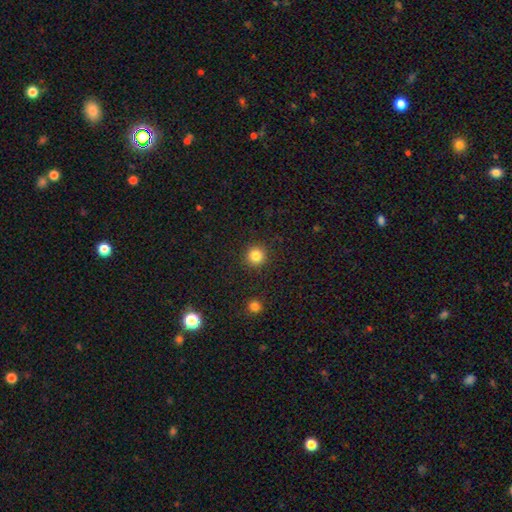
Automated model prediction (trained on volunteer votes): smooth-or-featured: smooth: 84% | star or artifact: 12% | featured or disk: 5%
  how-rounded: round: 95% | in between: 4% | cigar-shaped: 1%
  merging: none: 92% | minor disturbance: 5% | major disturbance: 2% | merger: 1%